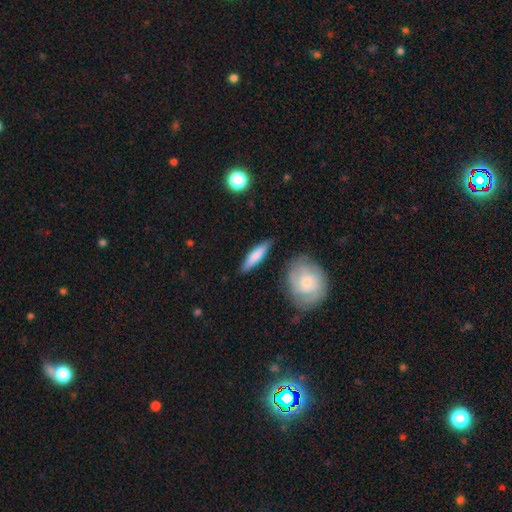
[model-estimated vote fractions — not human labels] smooth-or-featured: smooth: 73% | featured or disk: 21% | star or artifact: 6%
  how-rounded: cigar-shaped: 74% | in between: 24% | round: 2%
  merging: none: 83% | minor disturbance: 12% | merger: 3% | major disturbance: 2%